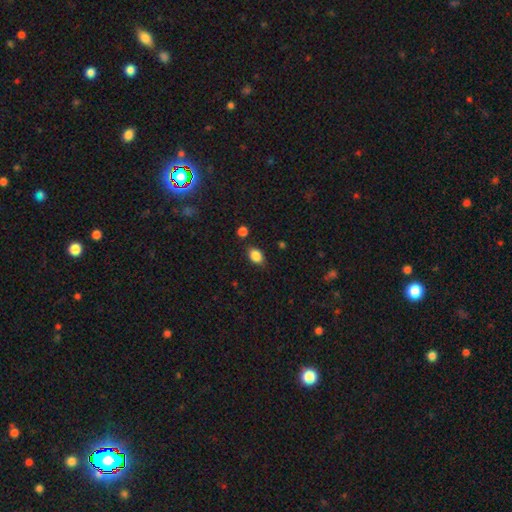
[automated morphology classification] A smooth galaxy with no disk features (85%) that is in between round and cigar-shaped (82%).

Vote fractions:
- Smooth or featured? smooth: 85% / star or artifact: 9% / featured or disk: 6%
- How rounded? in between: 82% / round: 17% / cigar-shaped: 2%
- Merging? none: 80% / minor disturbance: 13% / merger: 3% / major disturbance: 3%